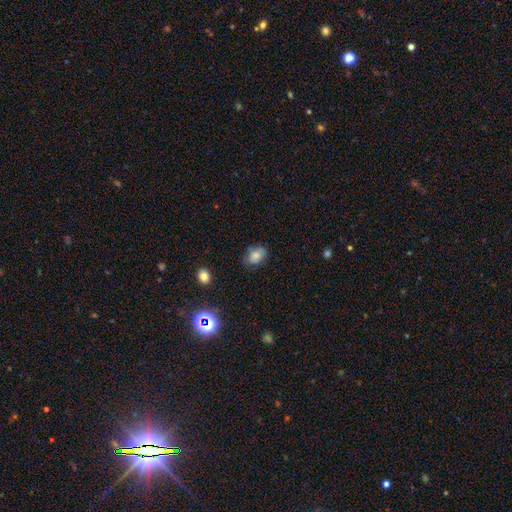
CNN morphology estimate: The model was most divided on "merging": none: 71%, minor disturbance: 23%, major disturbance: 5%, merger: 2%. More confident: smooth or featured — smooth (78%); how rounded — in between (74%).